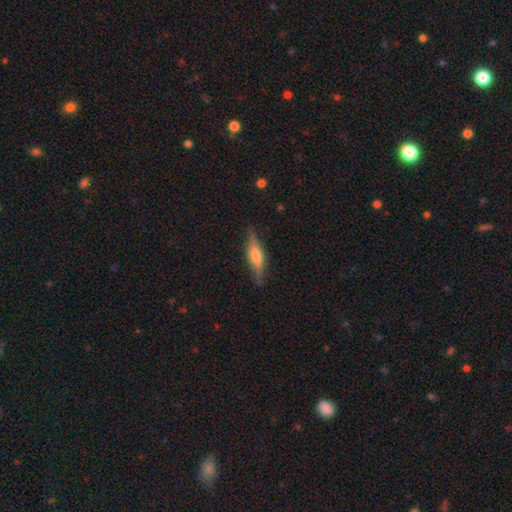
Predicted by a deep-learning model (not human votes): Overall: featured or disk (53%; smooth 40%). Edge-on disk: yes (93%). Merging: none (84%).